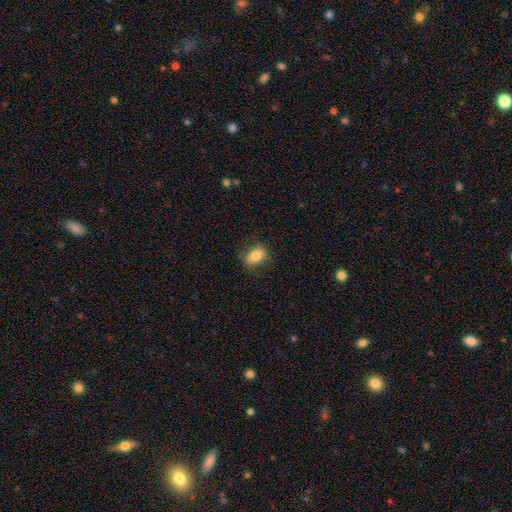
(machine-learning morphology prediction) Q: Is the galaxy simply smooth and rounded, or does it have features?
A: smooth — 77%.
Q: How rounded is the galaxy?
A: in between — 77%.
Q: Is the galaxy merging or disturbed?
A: none — 74%.